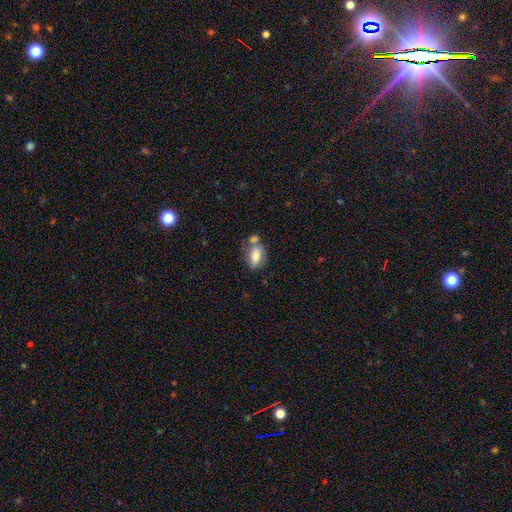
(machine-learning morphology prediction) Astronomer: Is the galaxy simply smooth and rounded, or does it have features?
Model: smooth — 73%.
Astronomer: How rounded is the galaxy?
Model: in between — 86%.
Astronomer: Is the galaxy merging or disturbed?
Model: none — 41% (runner-up: merger, 35%).